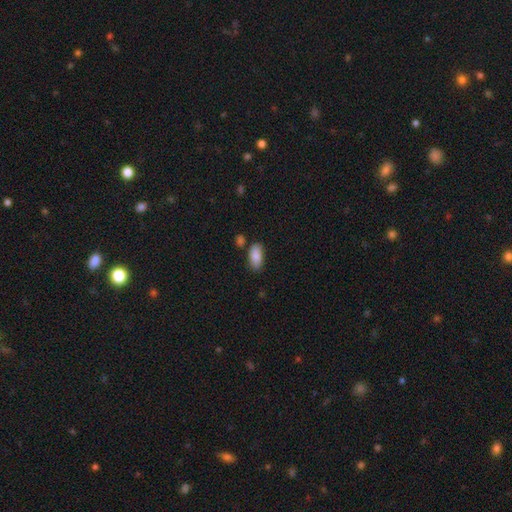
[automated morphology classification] This appears to be a smooth galaxy with no disk features (87%) that is in between round and cigar-shaped (91%). Merging: none (76%).